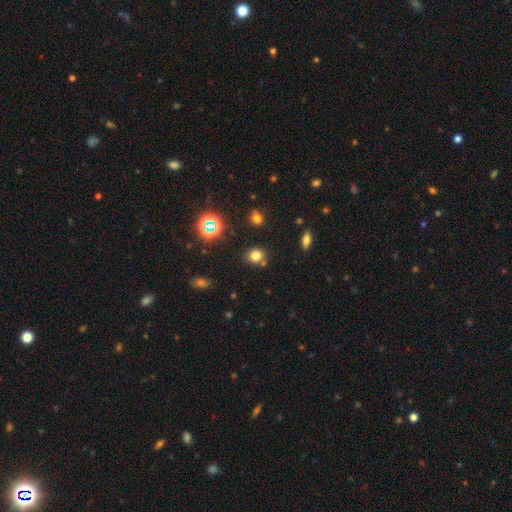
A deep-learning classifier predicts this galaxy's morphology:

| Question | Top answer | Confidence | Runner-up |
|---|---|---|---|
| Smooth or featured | smooth | 72% | star or artifact (20%) |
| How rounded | round | 74% | in between (25%) |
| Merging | none | 75% | merger (11%) |